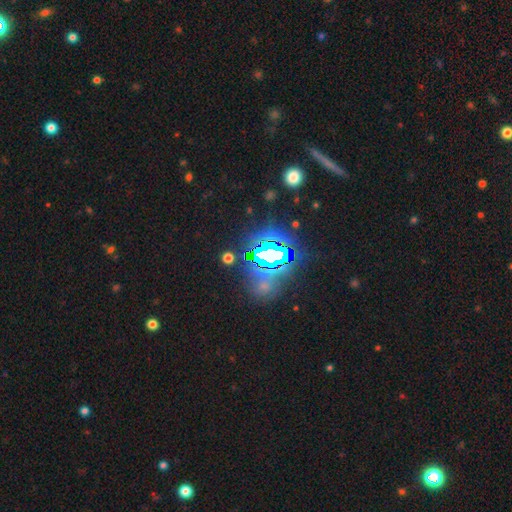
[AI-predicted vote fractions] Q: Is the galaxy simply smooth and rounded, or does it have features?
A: star or artifact — 80%.